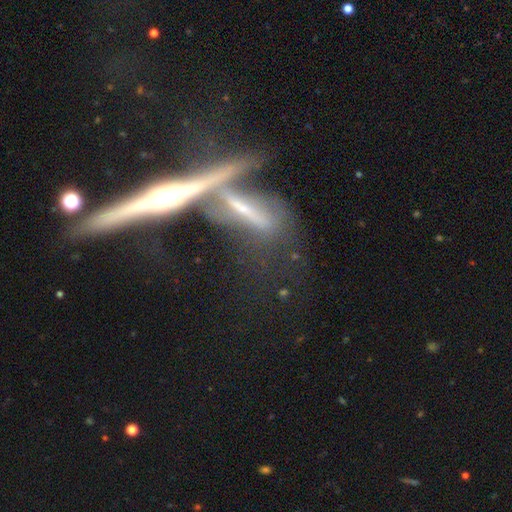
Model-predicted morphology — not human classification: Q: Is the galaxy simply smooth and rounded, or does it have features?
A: featured or disk — 73%.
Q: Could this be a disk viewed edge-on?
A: yes — 85%.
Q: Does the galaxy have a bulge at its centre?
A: rounded — 80%.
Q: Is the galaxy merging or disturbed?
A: none — 43%.